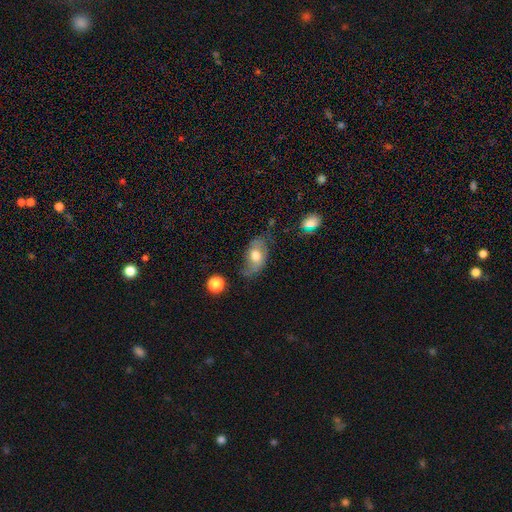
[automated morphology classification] A smooth galaxy with no disk features (51%) that is in between round and cigar-shaped (86%). Merging: none (50%).